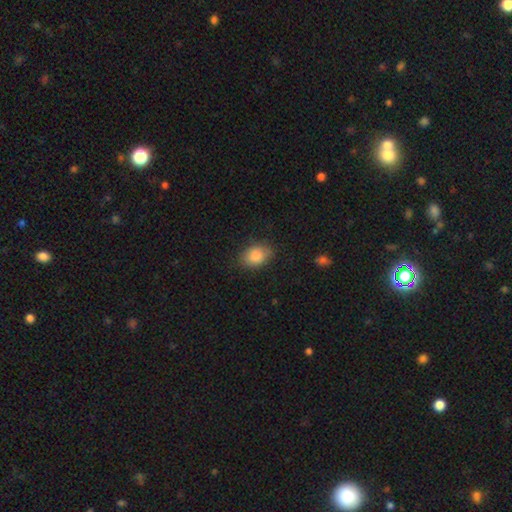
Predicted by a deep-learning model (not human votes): smooth_or_featured: smooth (p=0.86) [alt: star or artifact p=0.08]
how_rounded: in between (p=0.74) [alt: round p=0.24]
merging: none (p=0.77) [alt: minor disturbance p=0.17]